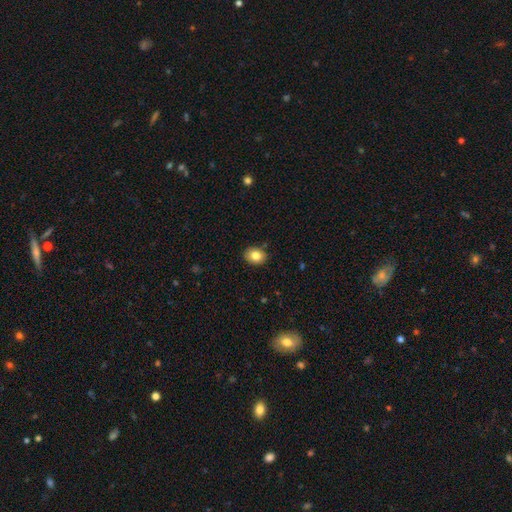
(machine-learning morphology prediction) Q: Smooth or featured?
A: smooth (83%); runner-up: star or artifact (9%)
Q: How rounded?
A: in between (54%); runner-up: round (45%)
Q: Merging?
A: none (87%); runner-up: minor disturbance (9%)